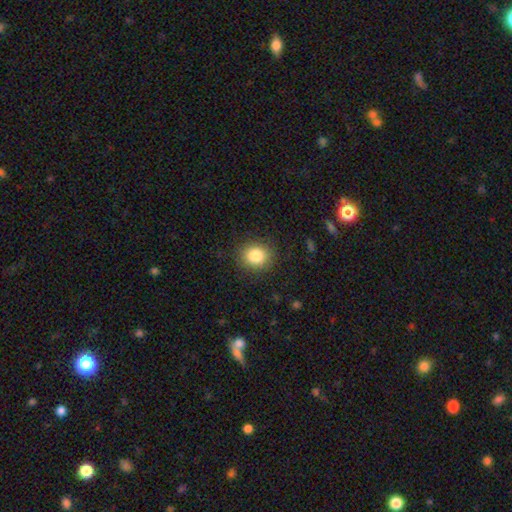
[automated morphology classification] The model was most divided on "how rounded": round: 82%, in between: 17%, cigar-shaped: 1%. More confident: merging — none (88%); smooth or featured — smooth (83%).